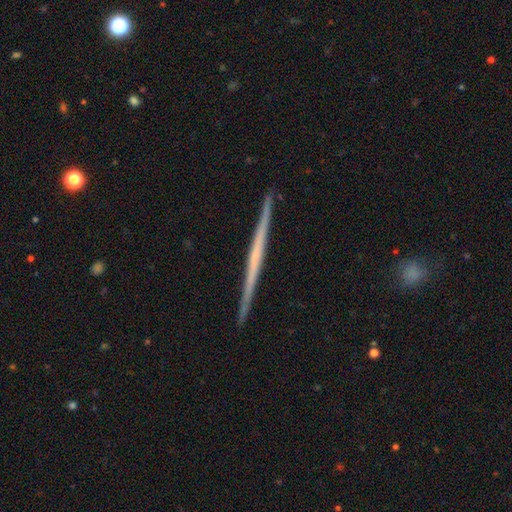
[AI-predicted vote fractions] Overall: featured or disk (66%; smooth 29%). Edge-on disk: yes (98%). Edge-on bulge: none (87%). Merging: none (92%).